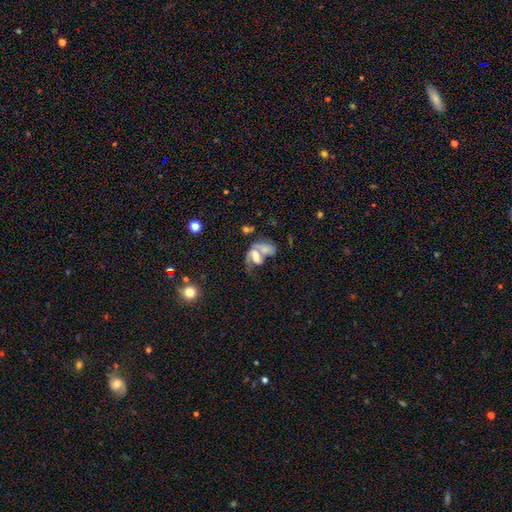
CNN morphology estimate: type=featured or disk (57%); edge-on=no (95%); bar=no (46%); spiral arms=yes (70%); bulge=moderate (38%); merging=merger (59%).